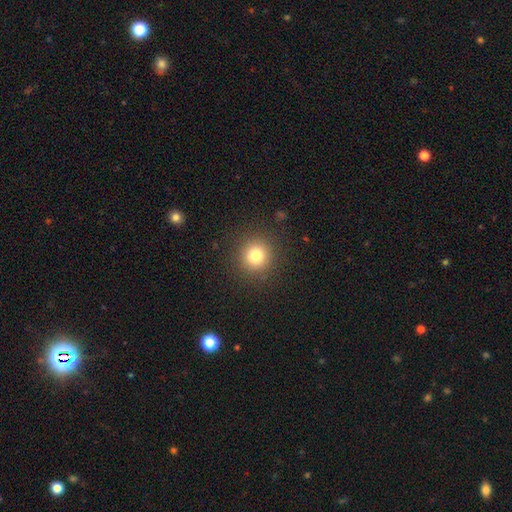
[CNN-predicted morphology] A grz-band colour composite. It shows a smooth galaxy with no disk features (79%) that is round (93%). Merging: none (89%).